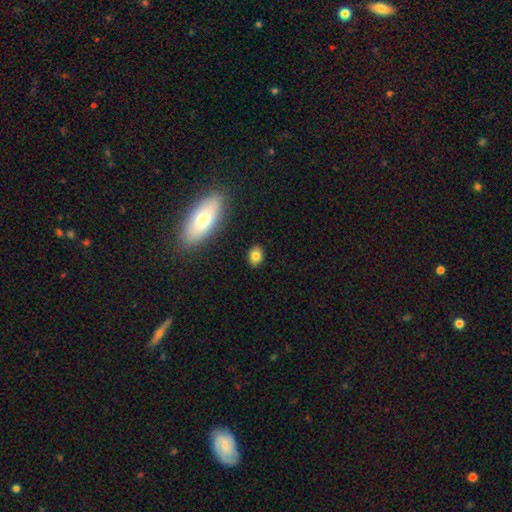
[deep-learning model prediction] This is clearly a smooth galaxy (82%). How rounded: possibly in between (55%). Merging: clearly none (87%).